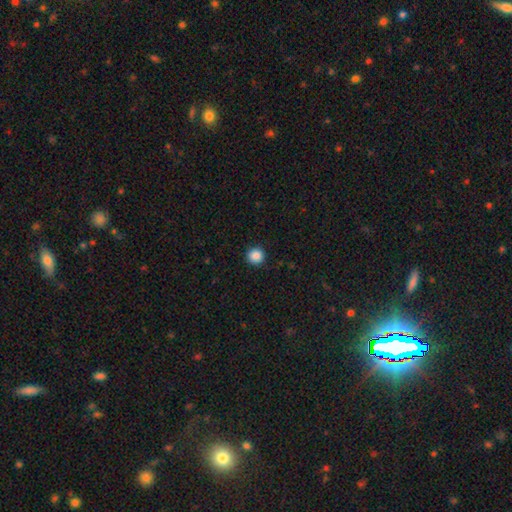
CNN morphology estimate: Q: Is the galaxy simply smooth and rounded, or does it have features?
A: smooth — 88%.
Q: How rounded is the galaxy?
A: round — 95%.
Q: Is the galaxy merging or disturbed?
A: none — 92%.